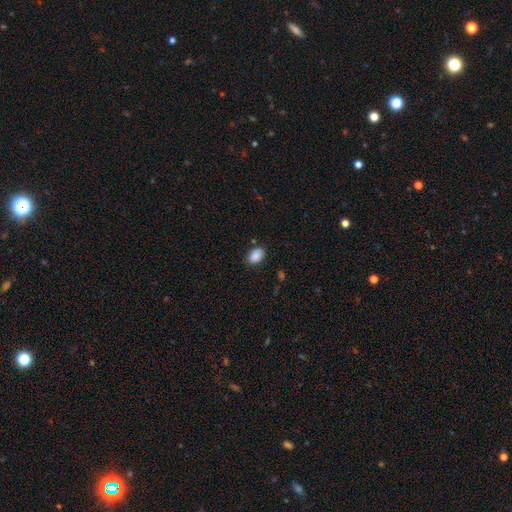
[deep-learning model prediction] smooth-or-featured: smooth: 89% | star or artifact: 8% | featured or disk: 4%
  how-rounded: in between: 86% | round: 12% | cigar-shaped: 1%
  merging: none: 82% | minor disturbance: 13% | major disturbance: 3% | merger: 2%